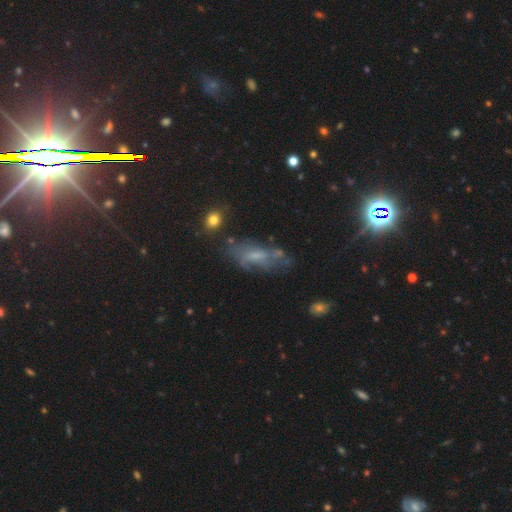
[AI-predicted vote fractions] Smooth or featured?
  - featured or disk: 52% *
  - smooth: 30%
  - star or artifact: 18%
Edge-on disk?
  - no: 82% *
  - yes: 18%
Merging?
  - none: 51% *
  - minor disturbance: 25%
  - major disturbance: 18%
  - merger: 6%